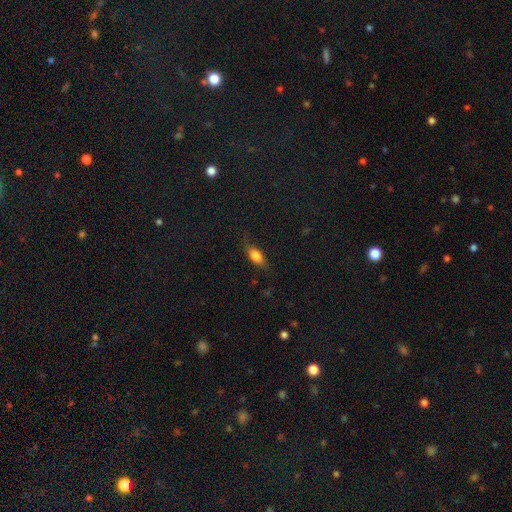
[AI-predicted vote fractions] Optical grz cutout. It shows a smooth galaxy with no disk features (78%) that is in between round and cigar-shaped (81%). Merging: none (71%).